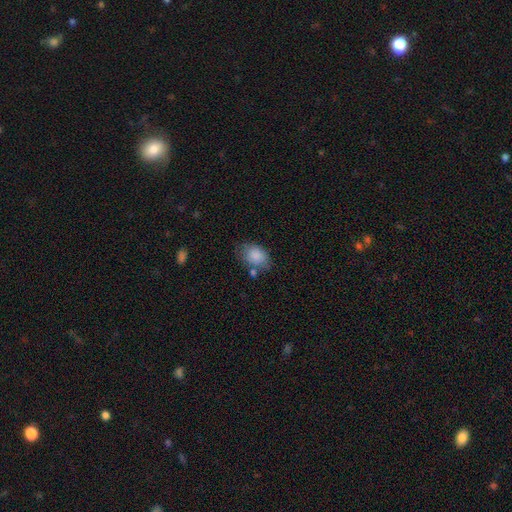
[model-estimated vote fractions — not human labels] Overall: smooth (86%). How rounded: in between (76%). Merging: none (63%).